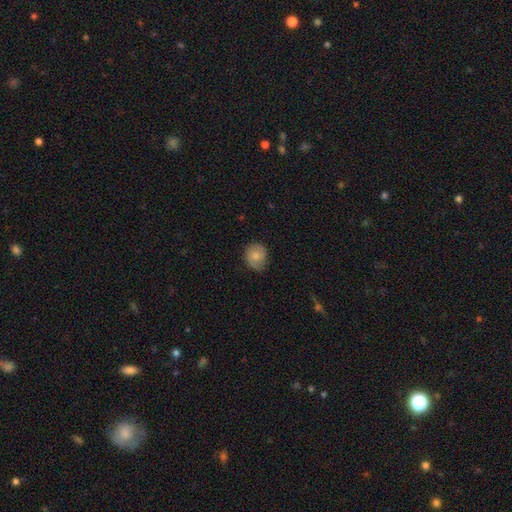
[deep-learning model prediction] Overall: smooth (76%). How rounded: round (73%). Merging: none (70%).